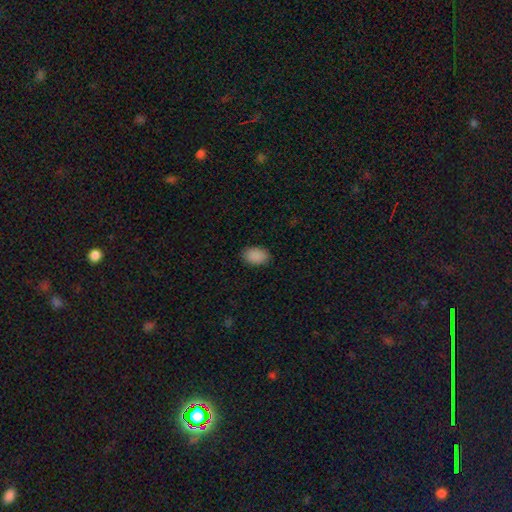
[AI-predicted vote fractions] This appears to be a smooth galaxy with no disk features (89%) that is in between round and cigar-shaped (86%). Merging: none (86%).